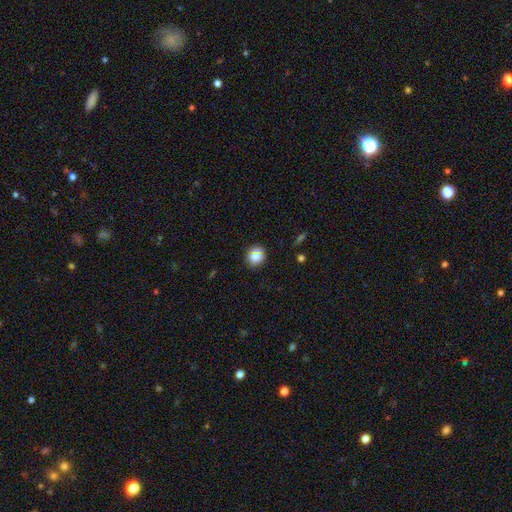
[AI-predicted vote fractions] Smooth or featured? Predicted: smooth (p=0.81). How rounded? Predicted: round (p=0.79). Merging? Predicted: none (p=0.84).